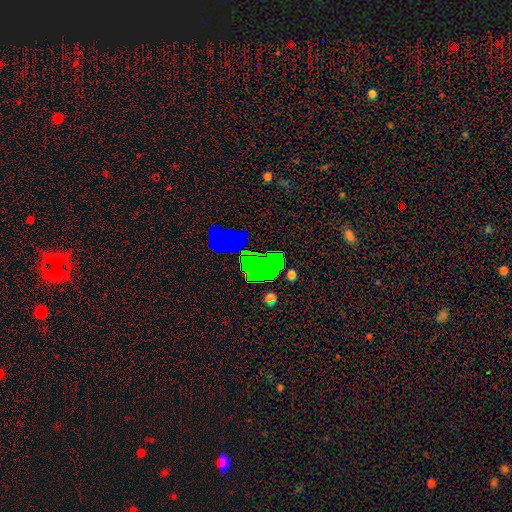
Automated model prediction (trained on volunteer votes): Smooth or featured: star or artifact — 58% (smooth — 21%)